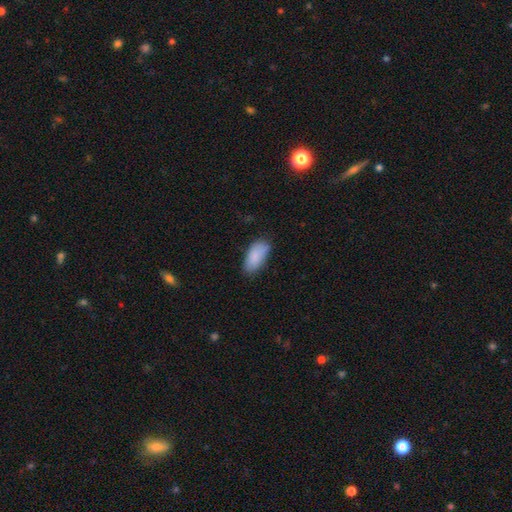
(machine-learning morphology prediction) smooth-or-featured: smooth: 88% | star or artifact: 6% | featured or disk: 6%
  how-rounded: in between: 92% | cigar-shaped: 6% | round: 2%
  merging: none: 74% | minor disturbance: 20% | major disturbance: 4% | merger: 2%